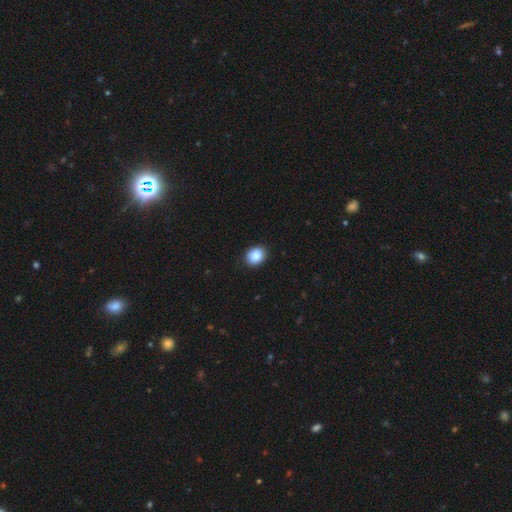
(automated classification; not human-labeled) Smooth or featured: smooth — 88% (star or artifact — 8%)
How rounded: round — 54% (in between — 45%)
Merging: none — 89% (minor disturbance — 8%)